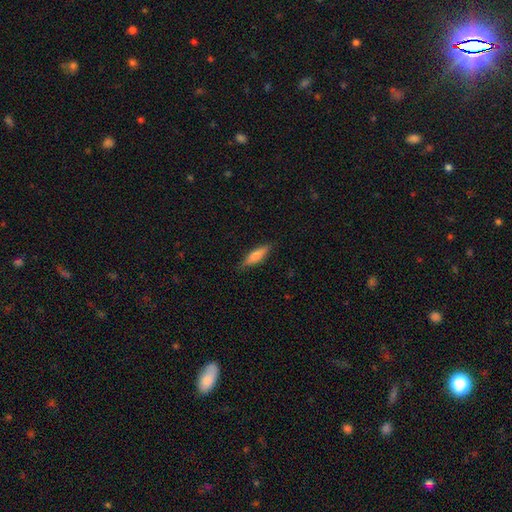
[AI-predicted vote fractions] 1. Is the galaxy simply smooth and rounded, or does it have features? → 71% smooth, 23% featured or disk, 6% star or artifact.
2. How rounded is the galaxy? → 62% cigar-shaped, 36% in between, 2% round.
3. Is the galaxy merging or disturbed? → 84% none, 13% minor disturbance, 3% major disturbance, 1% merger.